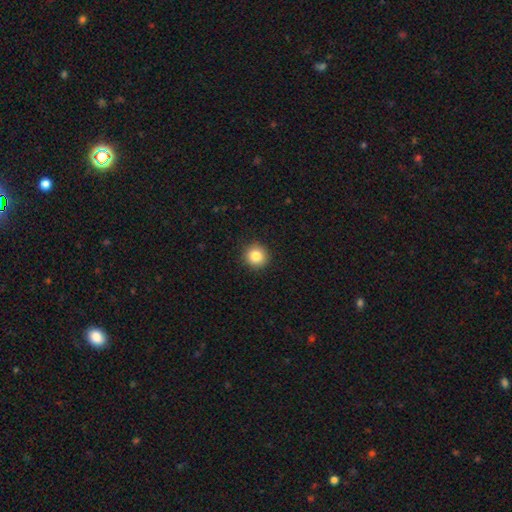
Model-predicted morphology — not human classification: Smooth or featured?
  - smooth: 84% *
  - star or artifact: 10%
  - featured or disk: 6%
How rounded?
  - round: 94% *
  - in between: 5%
  - cigar-shaped: 1%
Merging?
  - none: 92% *
  - minor disturbance: 6%
  - major disturbance: 2%
  - merger: 1%